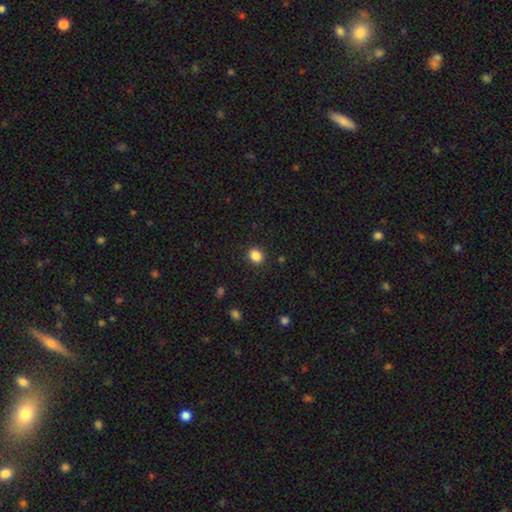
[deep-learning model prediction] smooth-or-featured: smooth: 87% | star or artifact: 10% | featured or disk: 4%
  how-rounded: round: 60% | in between: 40% | cigar-shaped: 1%
  merging: none: 89% | minor disturbance: 8% | major disturbance: 2% | merger: 1%